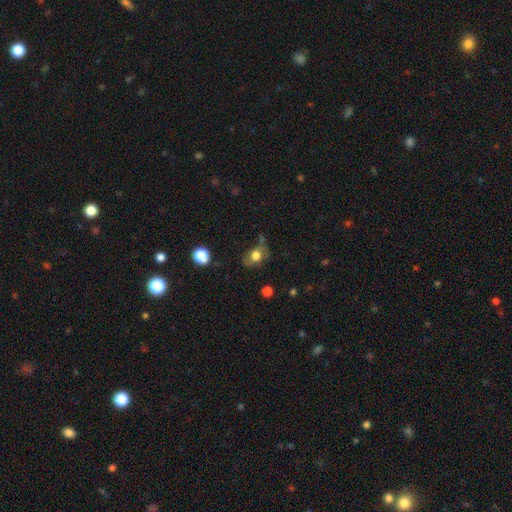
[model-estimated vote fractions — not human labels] This appears to be a smooth galaxy with no disk features (68%) that is in between round and cigar-shaped (58%). Merging: none (54%).